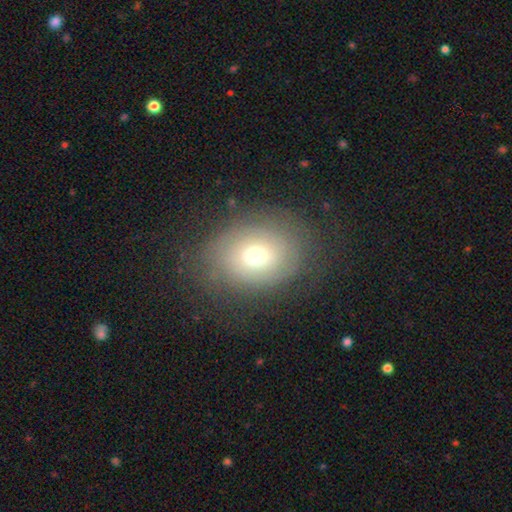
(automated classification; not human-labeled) Smooth or featured?
  - smooth: 57% *
  - featured or disk: 30%
  - star or artifact: 13%
How rounded?
  - in between: 53% *
  - round: 47%
  - cigar-shaped: 1%
Merging?
  - none: 74% *
  - minor disturbance: 16%
  - major disturbance: 8%
  - merger: 1%